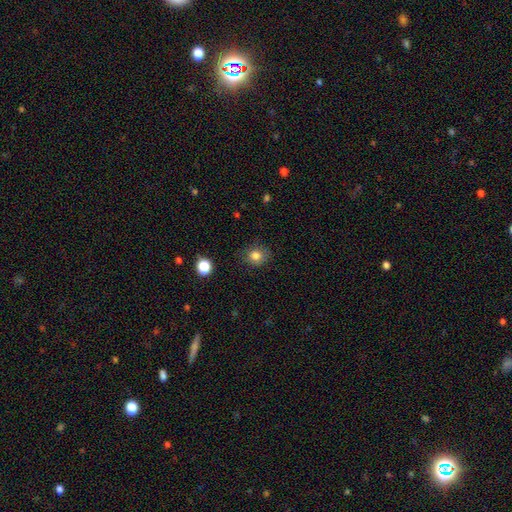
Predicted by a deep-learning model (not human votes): smooth_or_featured: smooth (p=0.81) [alt: star or artifact p=0.12]
how_rounded: round (p=0.72) [alt: in between p=0.27]
merging: none (p=0.82) [alt: minor disturbance p=0.13]